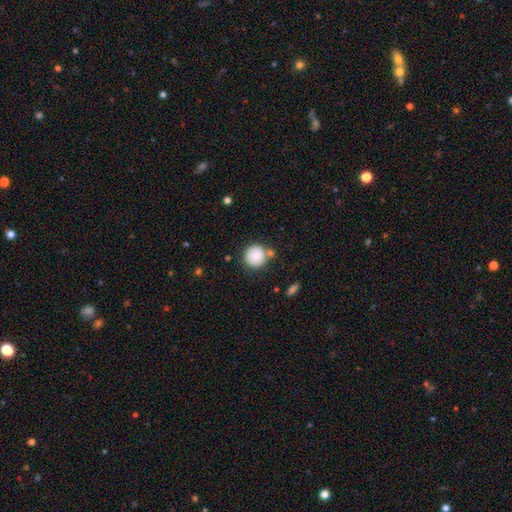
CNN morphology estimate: Smooth or featured? Predicted: smooth (p=0.86). How rounded? Predicted: round (p=0.94). Merging? Predicted: none (p=0.75).